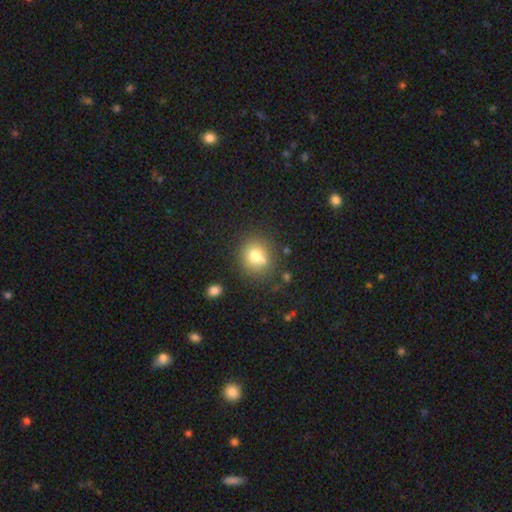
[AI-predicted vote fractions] Smooth or featured?
  - smooth: 76% *
  - featured or disk: 12%
  - star or artifact: 12%
How rounded?
  - round: 79% *
  - in between: 20%
  - cigar-shaped: 1%
Merging?
  - none: 69% *
  - minor disturbance: 14%
  - merger: 12%
  - major disturbance: 5%